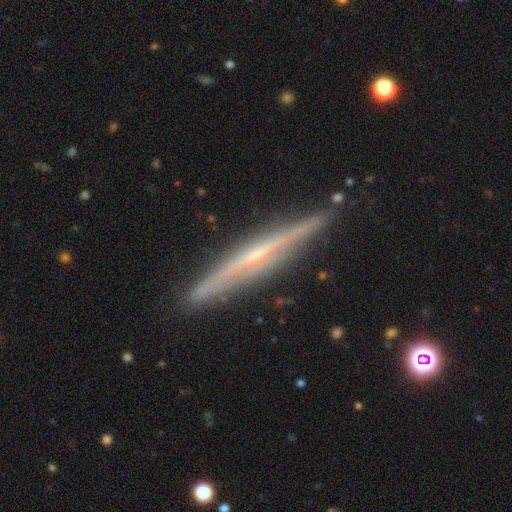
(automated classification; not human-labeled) Smooth or featured?
  - featured or disk: 80% *
  - smooth: 14%
  - star or artifact: 6%
Edge-on disk?
  - yes: 97% *
  - no: 3%
Edge-on bulge?
  - none: 48% *
  - rounded: 45%
  - boxy: 8%
Merging?
  - none: 87% *
  - minor disturbance: 10%
  - major disturbance: 2%
  - merger: 1%